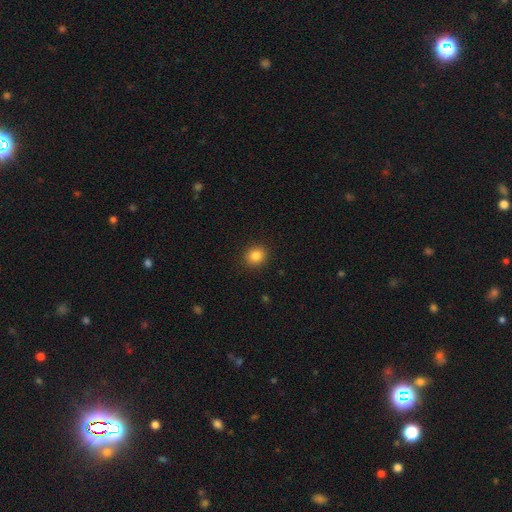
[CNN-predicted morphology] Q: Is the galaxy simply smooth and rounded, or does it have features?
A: smooth — 85%.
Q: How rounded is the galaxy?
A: round — 76%.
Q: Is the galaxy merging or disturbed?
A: none — 91%.